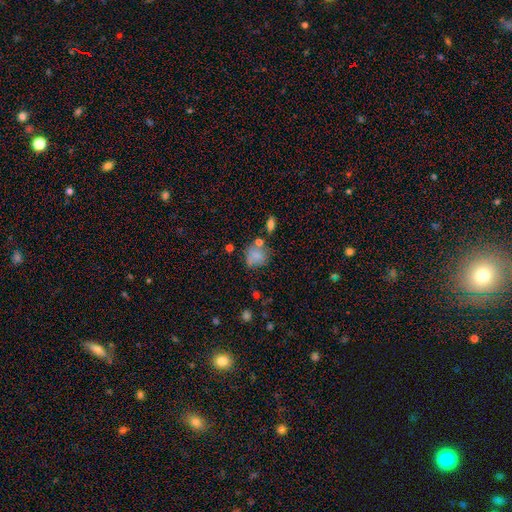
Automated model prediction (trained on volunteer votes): Smooth or featured: smooth — 71% (featured or disk — 16%)
How rounded: round — 69% (in between — 30%)
Merging: none — 48% (minor disturbance — 24%)